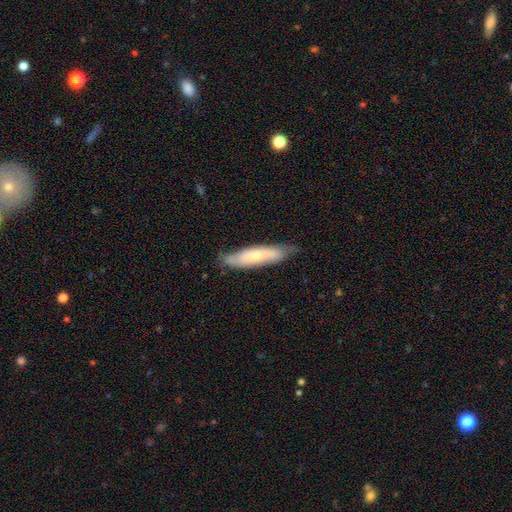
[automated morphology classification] Q: Smooth or featured?
A: smooth (52%); runner-up: featured or disk (42%)
Q: How rounded?
A: cigar-shaped (74%); runner-up: in between (24%)
Q: Merging?
A: none (72%); runner-up: minor disturbance (22%)